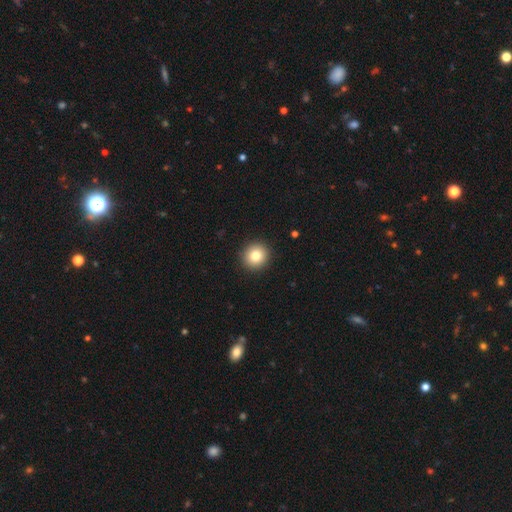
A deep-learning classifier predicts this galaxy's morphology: Smooth or featured: smooth — 81% (star or artifact — 10%)
How rounded: round — 93% (in between — 6%)
Merging: none — 92% (minor disturbance — 5%)